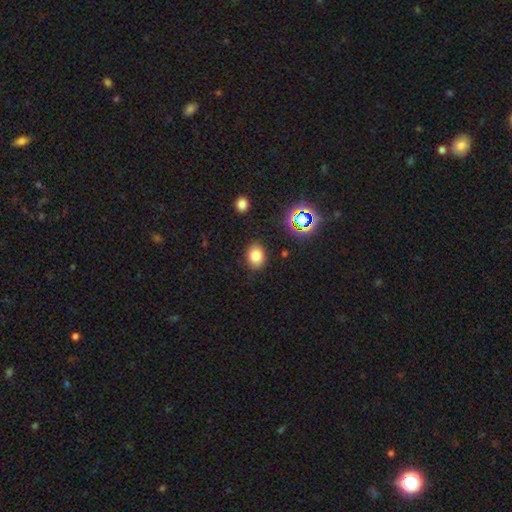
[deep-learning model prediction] A smooth galaxy with no disk features (79%) that is in between round and cigar-shaped (62%). Merging: none (84%).